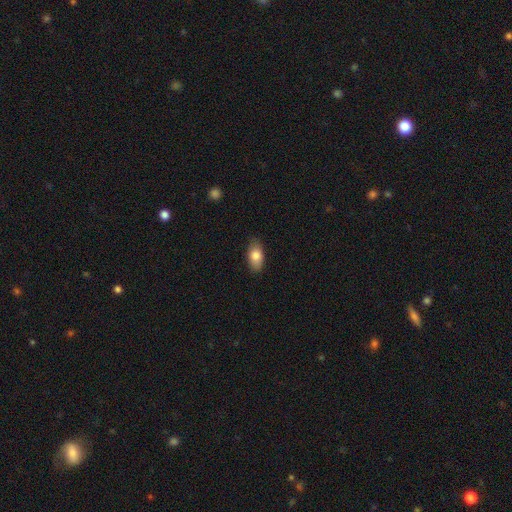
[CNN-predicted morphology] smooth 81%, featured or disk 12%, star or artifact 7%. Down the decision tree: how rounded — in between (90%); merging — none (83%).